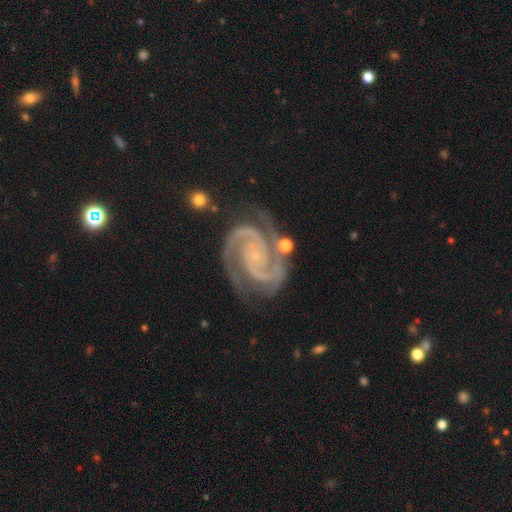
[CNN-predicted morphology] type=featured or disk (93%); edge-on=no (98%); bar=no (57%); spiral arms=yes (99%); winding=tight (54%); arm count=2 (91%); bulge=small (71%); merging=none (75%).